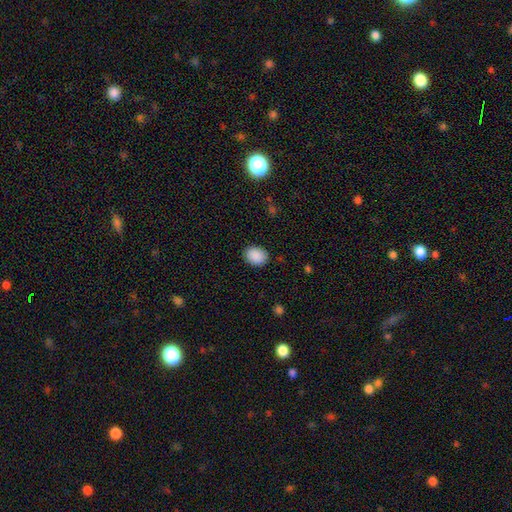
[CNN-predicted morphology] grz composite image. It shows a smooth galaxy with no disk features (90%) that is in between round and cigar-shaped (60%). Merging: none (88%).